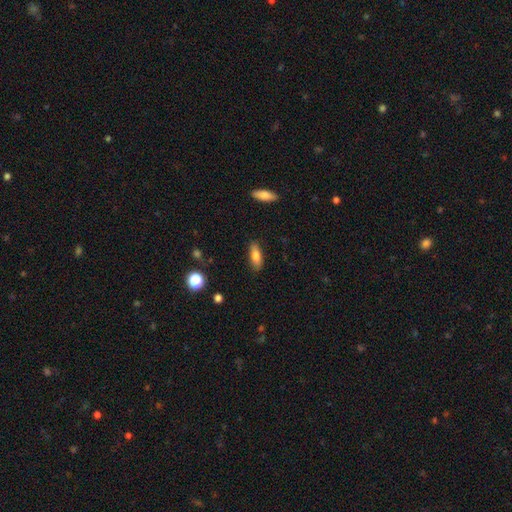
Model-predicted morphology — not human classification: This appears to be a smooth galaxy with no disk features (77%) that is in between round and cigar-shaped (62%). Merging: none (86%).